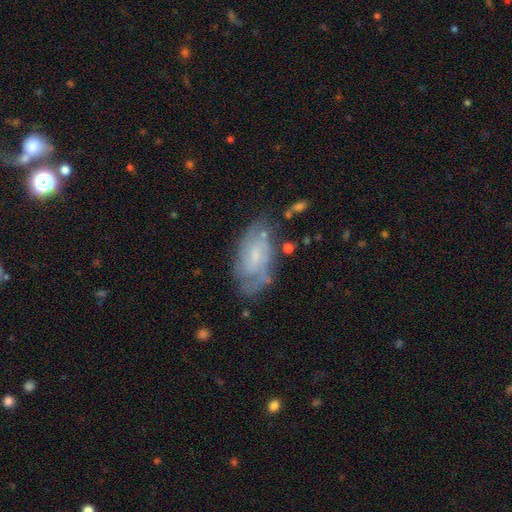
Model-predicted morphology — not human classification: type=featured or disk (63%); edge-on=no (94%); bar=no (62%); spiral arms=yes (79%); bulge=small (60%); merging=none (61%).